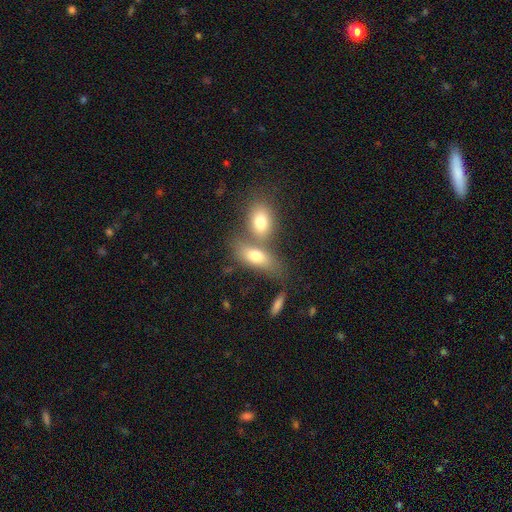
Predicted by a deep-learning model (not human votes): A smooth galaxy with no disk features (72%) that is in between round and cigar-shaped (78%).

Vote fractions:
- Smooth or featured? smooth: 72% / featured or disk: 19% / star or artifact: 9%
- How rounded? in between: 78% / cigar-shaped: 13% / round: 9%
- Merging? merger: 46% / none: 39% / minor disturbance: 10% / major disturbance: 5%